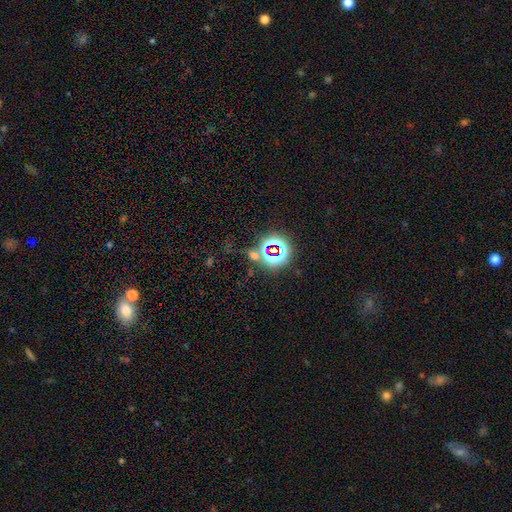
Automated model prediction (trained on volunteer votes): This appears to be a star or artifact, not a galaxy (74%).